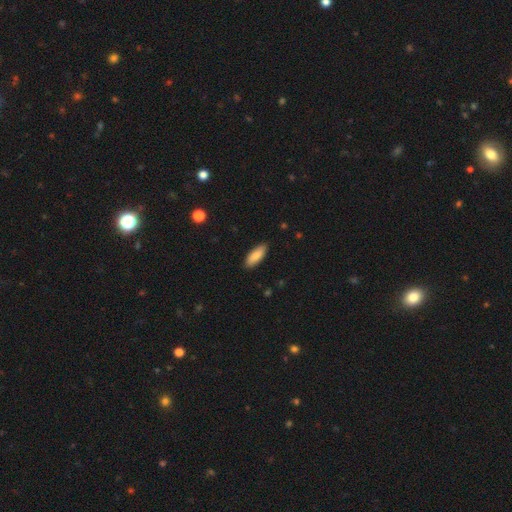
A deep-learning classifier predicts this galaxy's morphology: The model was most divided on "how rounded": in between: 73%, cigar-shaped: 26%, round: 2%. More confident: merging — none (88%); smooth or featured — smooth (85%).